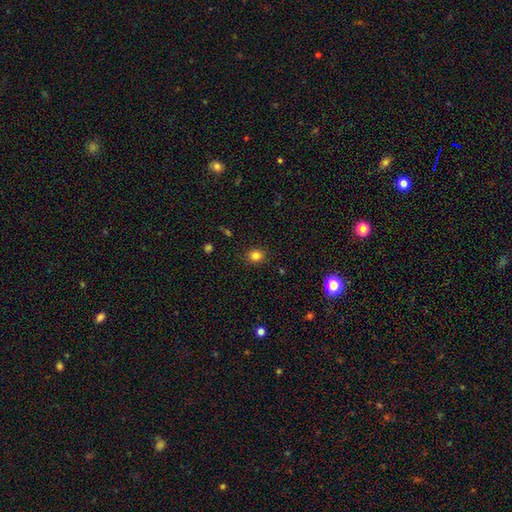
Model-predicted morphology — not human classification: This is clearly a smooth galaxy (82%). How rounded: likely round (77%). Merging: clearly none (90%).